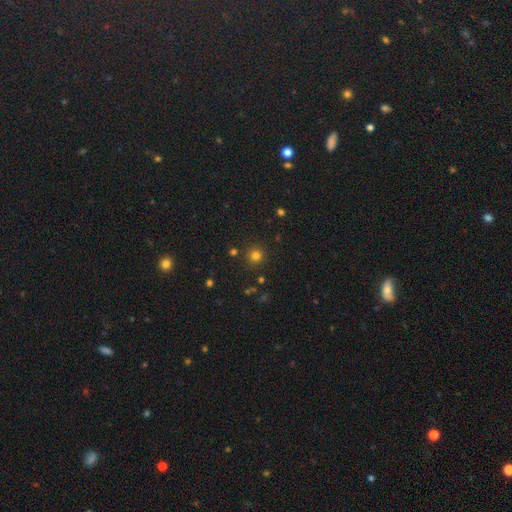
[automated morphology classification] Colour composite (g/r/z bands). It shows a smooth galaxy with no disk features (77%) that is round (94%). Merging: none (88%).